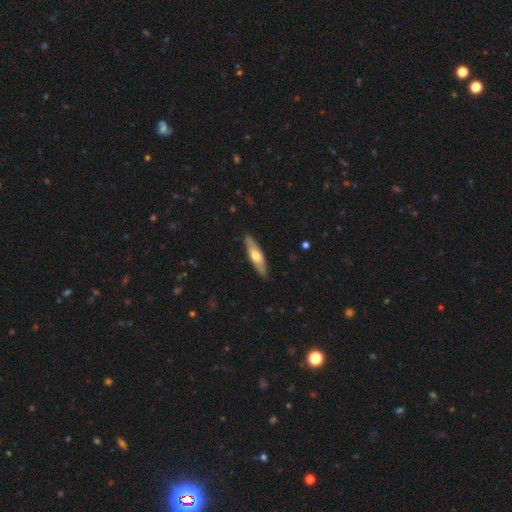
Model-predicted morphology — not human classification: This appears to be a smooth galaxy with no disk features (53%) that is cigar-shaped (73%). Merging: none (88%).